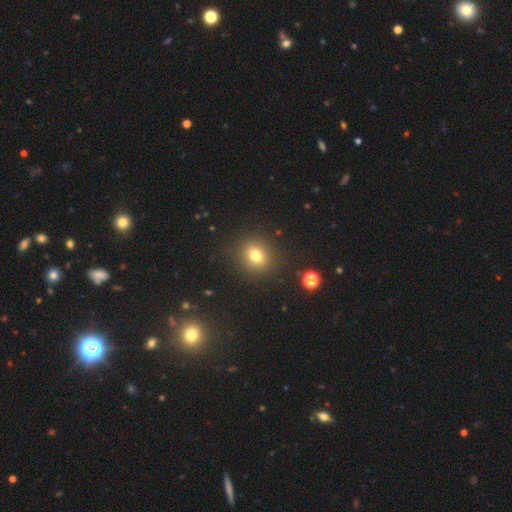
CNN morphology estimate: Smooth or featured? smooth (77%)
How rounded? round (68%)
Merging? none (88%)